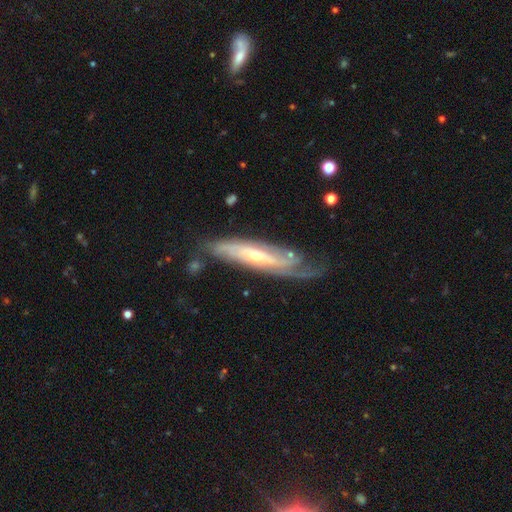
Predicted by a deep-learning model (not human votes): This is likely a featured or disk galaxy (80%). It is likely not viewed edge-on (66%). Bar: possibly no (55%). Spiral arm pattern: clearly yes (90%). Central bulge: possibly small (54%). Merging: possibly none (57%).